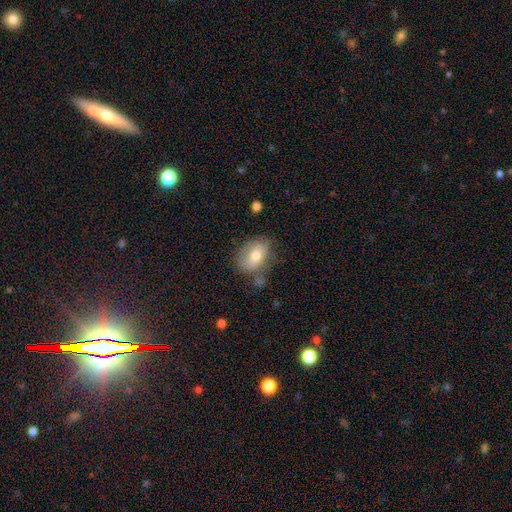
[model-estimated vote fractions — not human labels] smooth_or_featured: smooth (p=0.68) [alt: featured or disk p=0.24]
how_rounded: in between (p=0.77) [alt: round p=0.21]
merging: none (p=0.62) [alt: minor disturbance p=0.24]